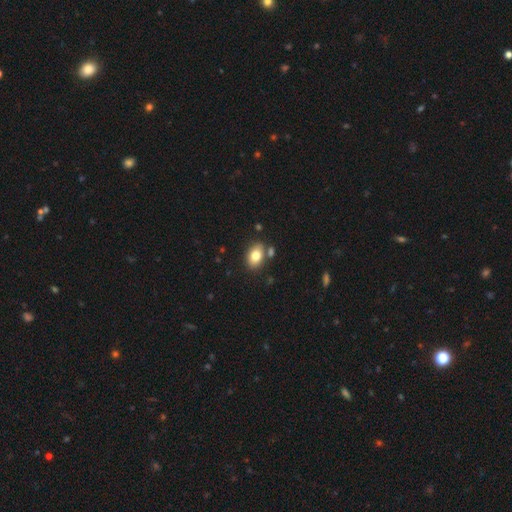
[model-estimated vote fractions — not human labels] Smooth or featured: smooth — 80% (featured or disk — 11%)
How rounded: in between — 84% (round — 14%)
Merging: none — 75% (minor disturbance — 12%)